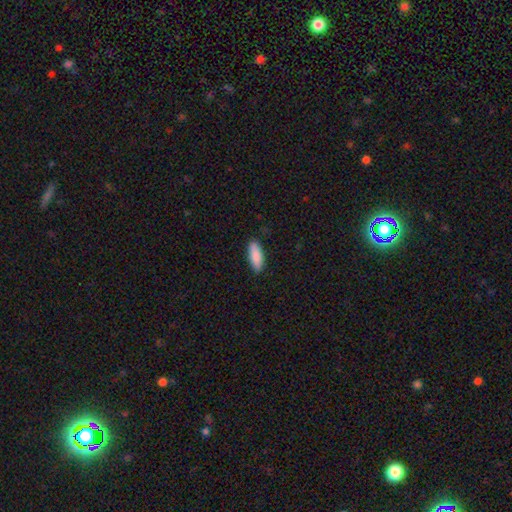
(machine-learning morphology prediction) This appears to be a smooth galaxy with no disk features (88%) that is in between round and cigar-shaped (62%). Merging: none (88%).